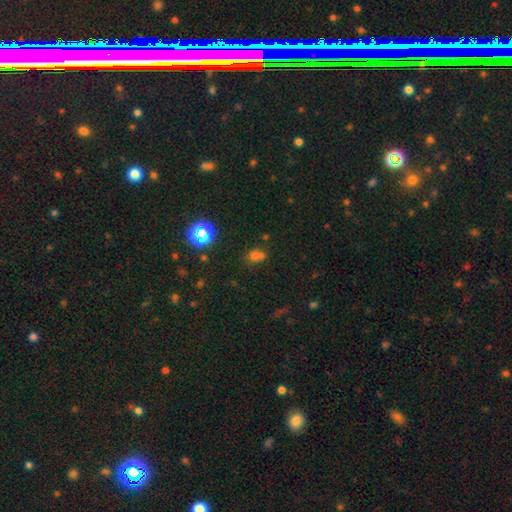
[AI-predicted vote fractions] Smooth or featured?
  - smooth: 61% *
  - star or artifact: 28%
  - featured or disk: 10%
How rounded?
  - round: 53% *
  - in between: 45%
  - cigar-shaped: 2%
Merging?
  - none: 48% *
  - merger: 32%
  - minor disturbance: 14%
  - major disturbance: 6%